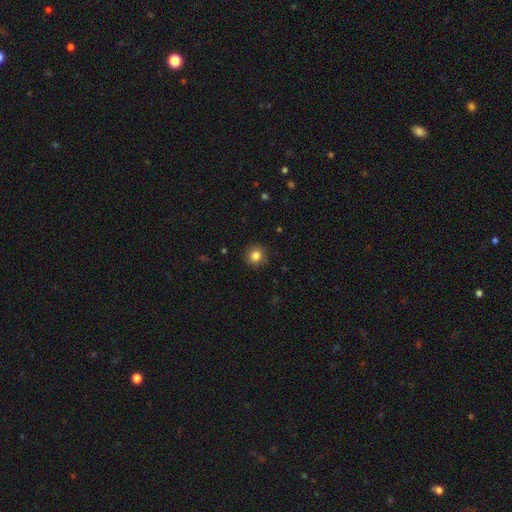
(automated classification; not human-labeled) Morphology: type=smooth (84%); roundness=round (89%); merging=none (89%).